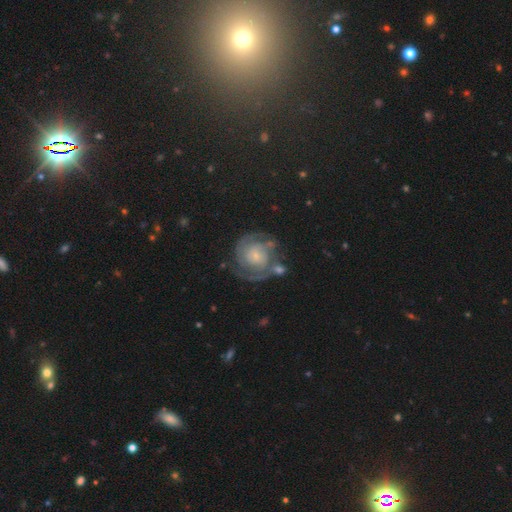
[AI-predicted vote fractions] A featured or disk galaxy (82%) with no bar (71%), 2 (57%) tight (63%) spiral arms (95%) and a small central bulge (73%).

Vote fractions:
- Smooth or featured? featured or disk: 82% / smooth: 11% / star or artifact: 7%
- Edge-on disk? no: 98% / yes: 2%
- Bar? no: 71% / weak: 23% / strong: 6%
- Spiral arms? yes: 95% / no: 5%
- Spiral winding? tight: 63% / medium: 30% / loose: 8%
- Spiral arm count? 2: 57% / can't tell: 18% / 3: 12% / 1: 5% / 4: 4% / more than 4: 4%
- Bulge size? small: 73% / moderate: 16% / none: 6% / large: 4% / dominant: 2%
- Merging? none: 64% / minor disturbance: 17% / major disturbance: 10% / merger: 9%